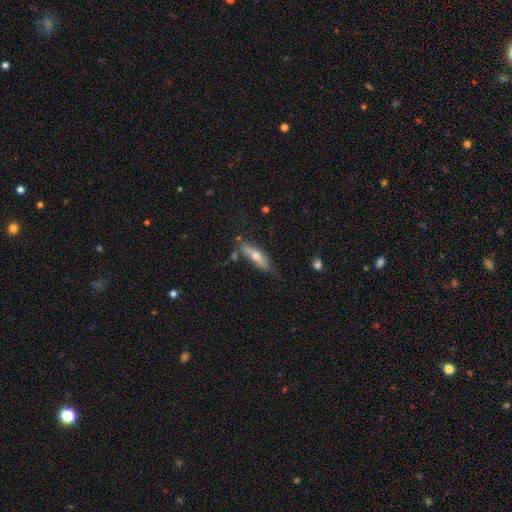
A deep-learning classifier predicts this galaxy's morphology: This appears to be a smooth galaxy with no disk features (54%) that is cigar-shaped (66%). Merging: none (62%).